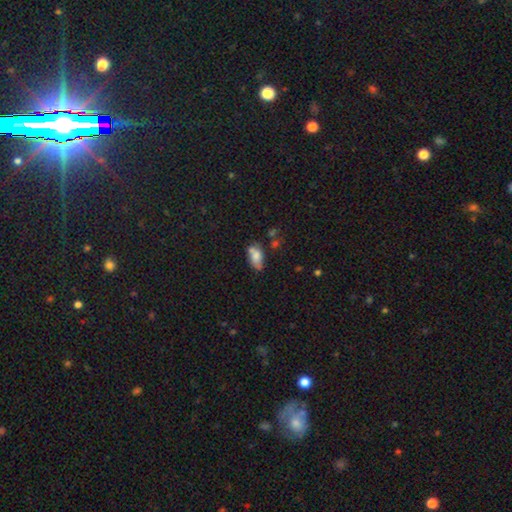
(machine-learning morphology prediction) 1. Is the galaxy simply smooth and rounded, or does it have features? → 68% smooth, 22% featured or disk, 10% star or artifact.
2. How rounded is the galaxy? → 89% in between, 6% round, 5% cigar-shaped.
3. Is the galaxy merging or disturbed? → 46% none, 26% minor disturbance, 19% merger, 10% major disturbance.